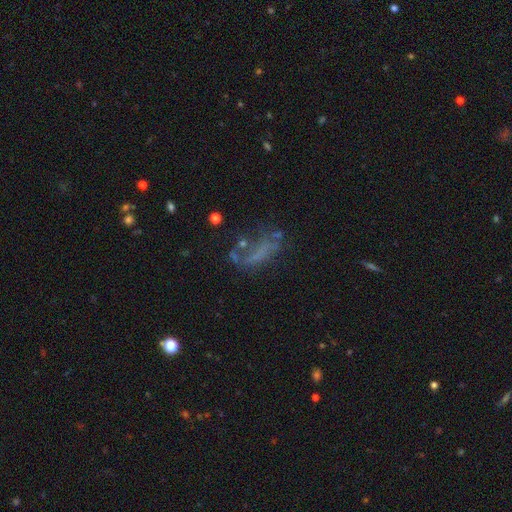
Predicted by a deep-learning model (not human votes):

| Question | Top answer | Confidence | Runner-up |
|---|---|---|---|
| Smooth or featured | featured or disk | 41% | smooth (37%) |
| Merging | none | 37% | major disturbance (33%) |